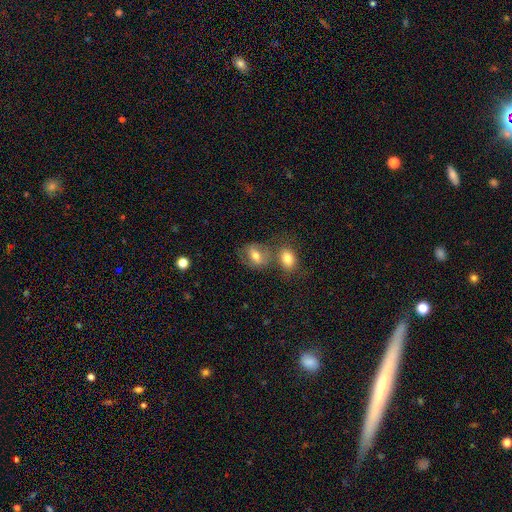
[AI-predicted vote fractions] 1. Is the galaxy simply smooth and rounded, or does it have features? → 60% smooth, 30% featured or disk, 10% star or artifact.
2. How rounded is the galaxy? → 60% in between, 38% round, 2% cigar-shaped.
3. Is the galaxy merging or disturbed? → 45% none, 32% merger, 15% minor disturbance, 8% major disturbance.